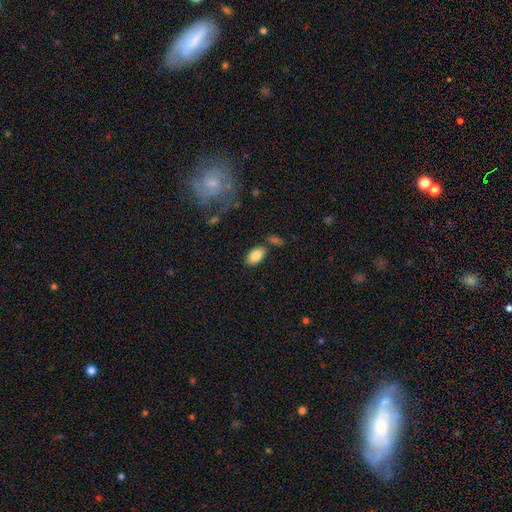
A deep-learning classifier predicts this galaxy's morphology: A smooth galaxy with no disk features (85%) that is in between round and cigar-shaped (94%).

Vote fractions:
- Smooth or featured? smooth: 85% / featured or disk: 8% / star or artifact: 7%
- How rounded? in between: 94% / round: 4% / cigar-shaped: 2%
- Merging? none: 76% / minor disturbance: 12% / merger: 8% / major disturbance: 3%